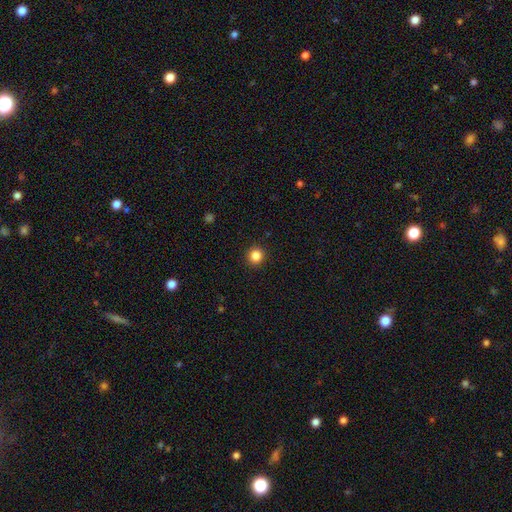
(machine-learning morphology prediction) Smooth or featured? smooth (85%)
How rounded? round (93%)
Merging? none (92%)